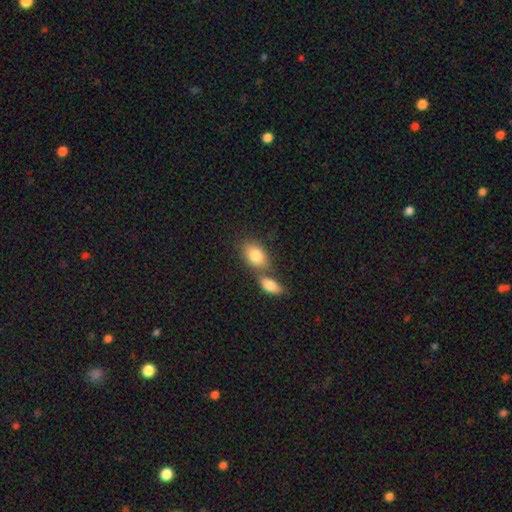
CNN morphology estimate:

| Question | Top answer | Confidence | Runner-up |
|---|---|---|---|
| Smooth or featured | smooth | 83% | featured or disk (11%) |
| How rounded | in between | 86% | round (12%) |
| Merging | merger | 44% | none (42%) |